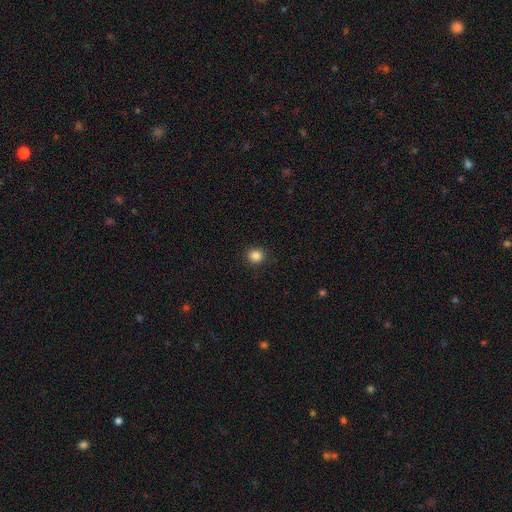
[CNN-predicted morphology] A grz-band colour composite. It shows a smooth galaxy with no disk features (86%) that is round (87%). Merging: none (91%).